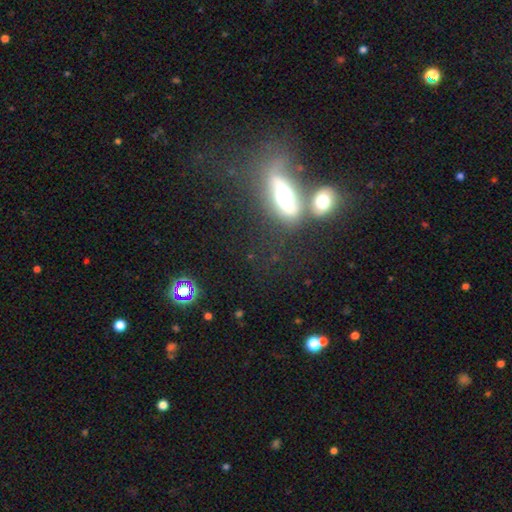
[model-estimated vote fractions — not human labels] A featured or disk galaxy (45%).

Vote fractions:
- Smooth or featured? featured or disk: 45% / smooth: 38% / star or artifact: 17%
- Merging? merger: 42% / none: 28% / major disturbance: 17% / minor disturbance: 13%